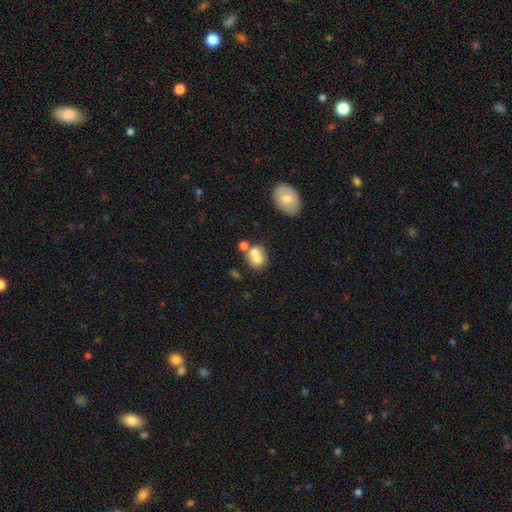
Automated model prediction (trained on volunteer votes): Morphology: type=smooth (69%); roundness=round (63%); merging=merger (54%).